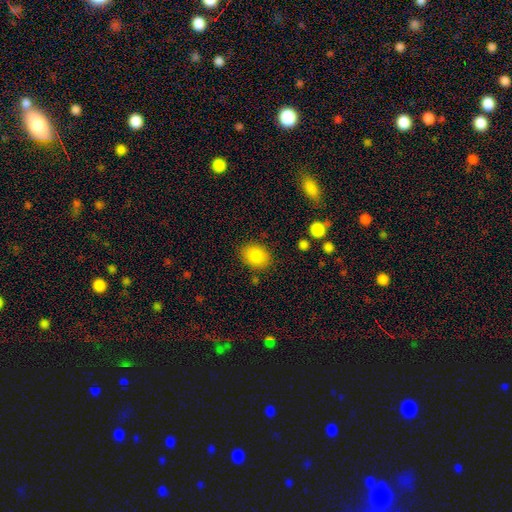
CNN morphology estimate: smooth_or_featured: smooth (p=0.86) [alt: star or artifact p=0.08]
how_rounded: in between (p=0.60) [alt: round p=0.39]
merging: none (p=0.84) [alt: minor disturbance p=0.11]